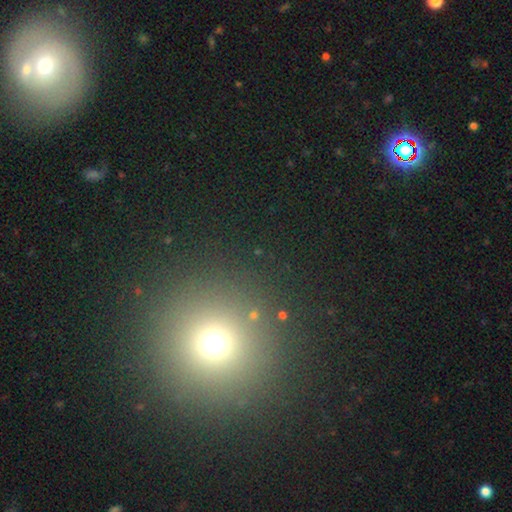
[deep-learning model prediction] Smooth or featured? Predicted: smooth (p=0.57). How rounded? Predicted: round (p=0.94). Merging? Predicted: none (p=0.90).